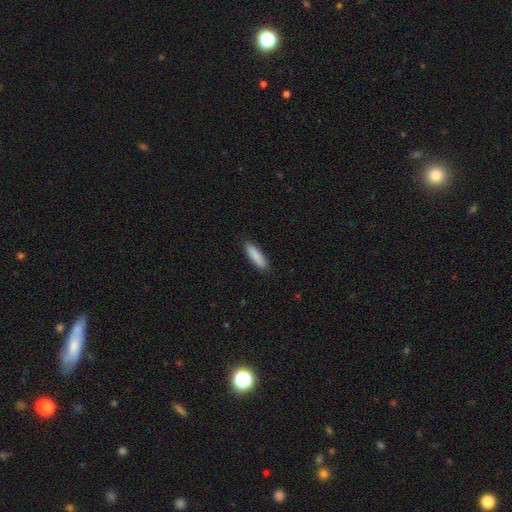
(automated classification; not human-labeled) Q: Smooth or featured?
A: smooth (89%); runner-up: star or artifact (6%)
Q: How rounded?
A: cigar-shaped (64%); runner-up: in between (34%)
Q: Merging?
A: none (88%); runner-up: minor disturbance (9%)